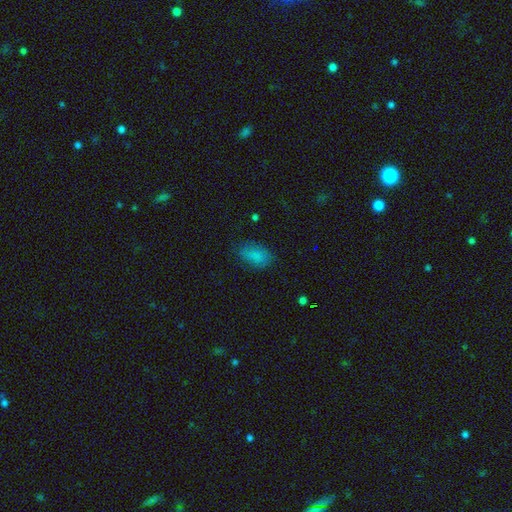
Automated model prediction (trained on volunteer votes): This is clearly a smooth galaxy (83%). How rounded: clearly in between (91%). Merging: likely none (74%).